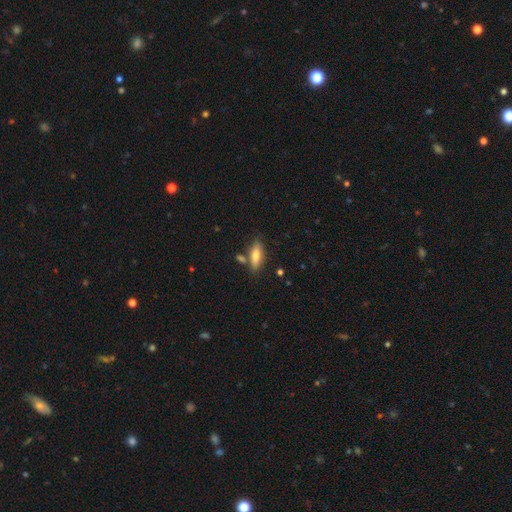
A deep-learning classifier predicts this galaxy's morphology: smooth 74%, featured or disk 20%, star or artifact 7%. Down the decision tree: how rounded — in between (65%); merging — none (73%).